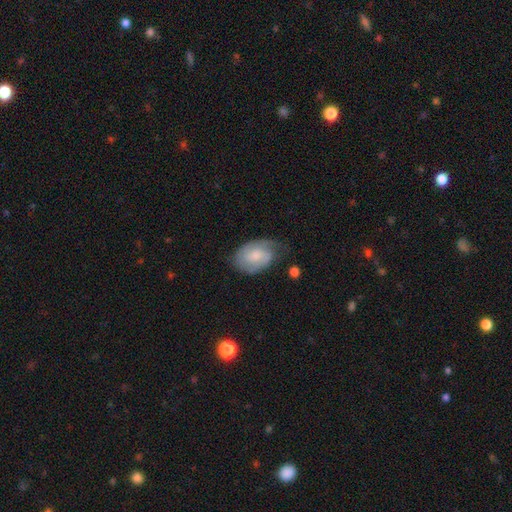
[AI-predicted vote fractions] Smooth or featured?
  - featured or disk: 54% *
  - smooth: 40%
  - star or artifact: 7%
Edge-on disk?
  - no: 96% *
  - yes: 4%
Bar?
  - no: 59% *
  - weak: 36%
  - strong: 6%
Spiral arms?
  - yes: 86% *
  - no: 14%
Bulge size?
  - moderate: 40% *
  - small: 33%
  - none: 15%
  - large: 10%
  - dominant: 2%
Merging?
  - none: 55% *
  - minor disturbance: 31%
  - major disturbance: 12%
  - merger: 2%